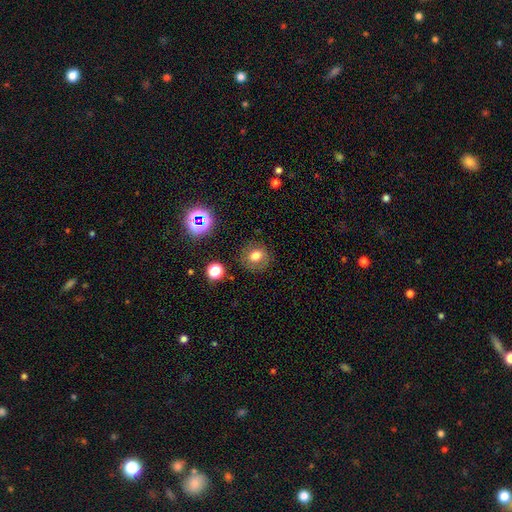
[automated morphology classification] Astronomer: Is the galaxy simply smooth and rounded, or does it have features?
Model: smooth — 71%.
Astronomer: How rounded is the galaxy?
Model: round — 80%.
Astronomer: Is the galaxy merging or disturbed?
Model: none — 83%.